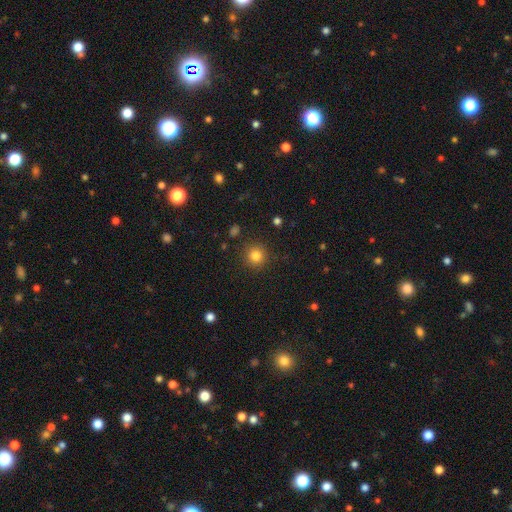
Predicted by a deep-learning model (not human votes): Q: Smooth or featured?
A: smooth (82%); runner-up: star or artifact (12%)
Q: How rounded?
A: round (94%); runner-up: in between (5%)
Q: Merging?
A: none (90%); runner-up: minor disturbance (7%)